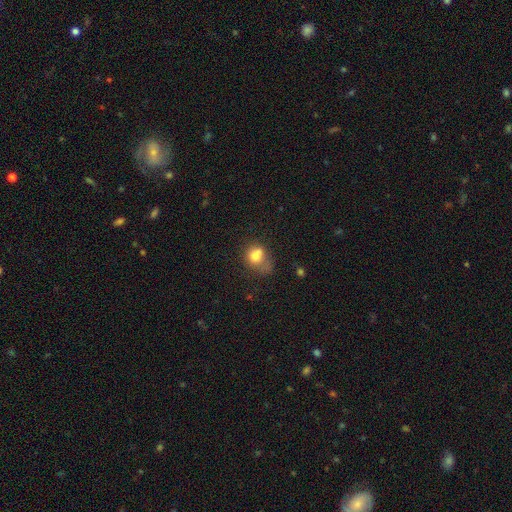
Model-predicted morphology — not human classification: Q: Smooth or featured?
A: smooth (73%); runner-up: featured or disk (16%)
Q: How rounded?
A: round (56%); runner-up: in between (43%)
Q: Merging?
A: merger (31%); runner-up: none (28%)